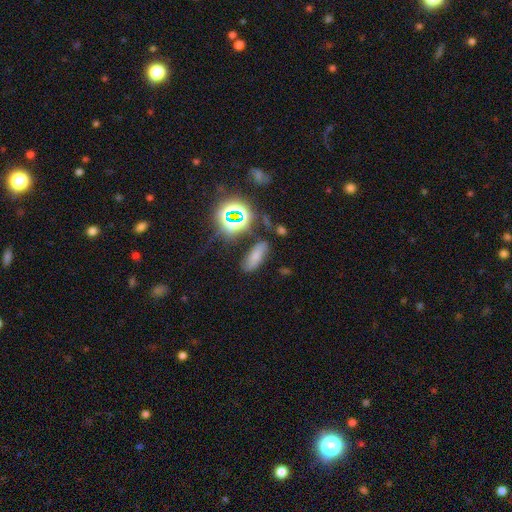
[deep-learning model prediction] Smooth or featured: smooth — 62% (star or artifact — 24%)
How rounded: in between — 72% (cigar-shaped — 22%)
Merging: none — 76% (minor disturbance — 14%)